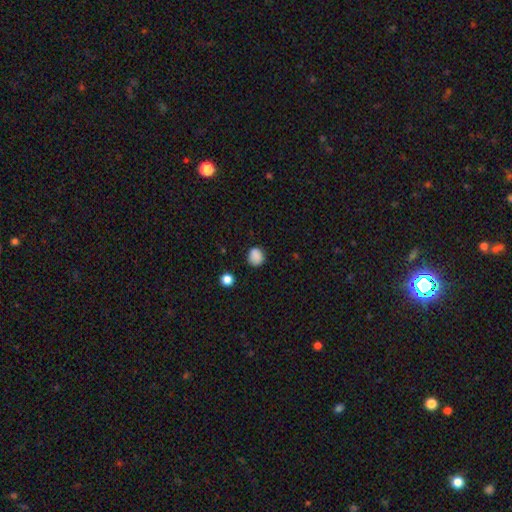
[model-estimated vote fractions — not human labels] Q: Smooth or featured?
A: smooth (86%); runner-up: star or artifact (10%)
Q: How rounded?
A: round (73%); runner-up: in between (26%)
Q: Merging?
A: none (83%); runner-up: minor disturbance (12%)